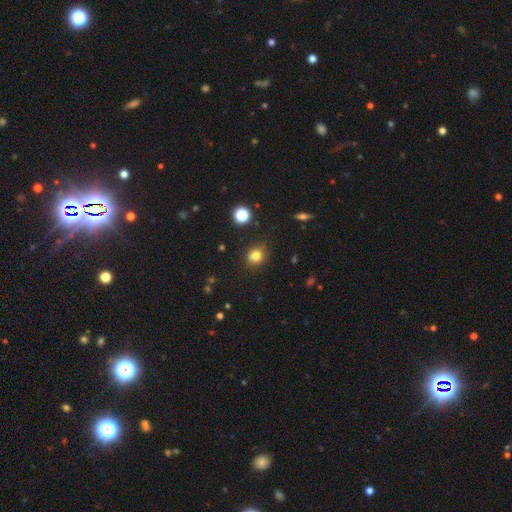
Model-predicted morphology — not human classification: This appears to be a smooth galaxy with no disk features (78%) that is round (69%). Merging: none (78%).